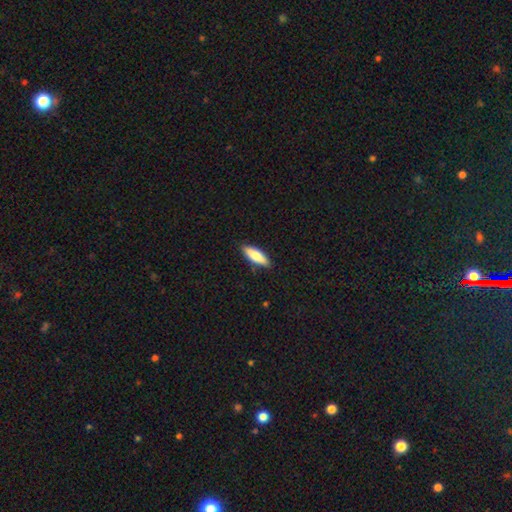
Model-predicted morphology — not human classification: type=smooth (74%); roundness=in between (53%); merging=none (87%).